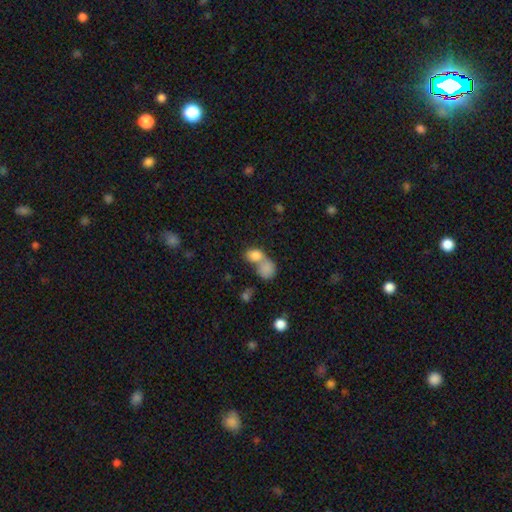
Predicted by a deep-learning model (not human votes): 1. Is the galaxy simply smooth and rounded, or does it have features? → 82% smooth, 9% featured or disk, 9% star or artifact.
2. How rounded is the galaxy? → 65% in between, 33% round, 2% cigar-shaped.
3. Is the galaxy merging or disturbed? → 64% merger, 24% none, 7% minor disturbance, 5% major disturbance.